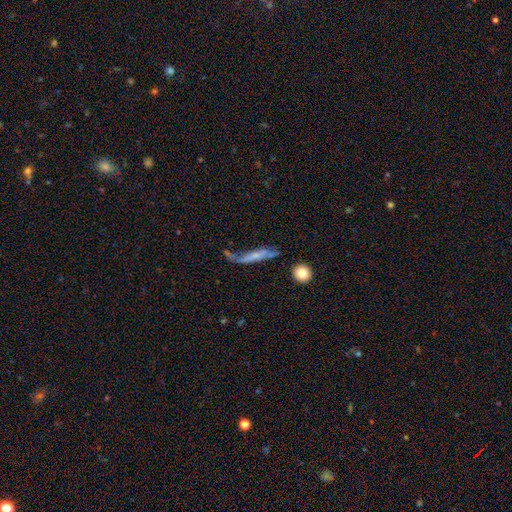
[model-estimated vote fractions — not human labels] The model was most divided on "edge-on disk" (2-way tie): yes: 50%, no: 50%. Remaining: smooth or featured — featured or disk (53%); merging — none (37%).